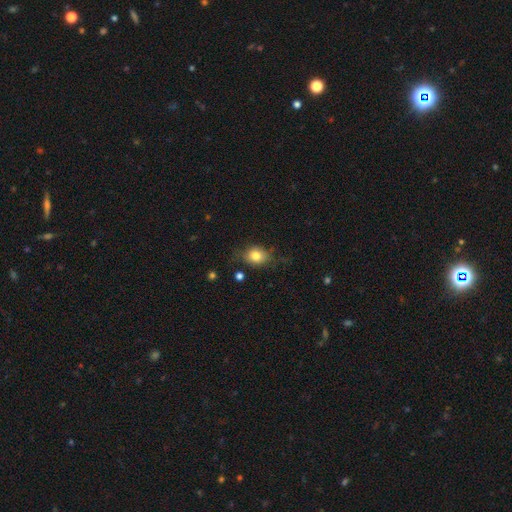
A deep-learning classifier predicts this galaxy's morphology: smooth_or_featured: smooth (p=0.79) [alt: featured or disk p=0.10]
how_rounded: round (p=0.52) [alt: in between p=0.47]
merging: none (p=0.69) [alt: minor disturbance p=0.22]